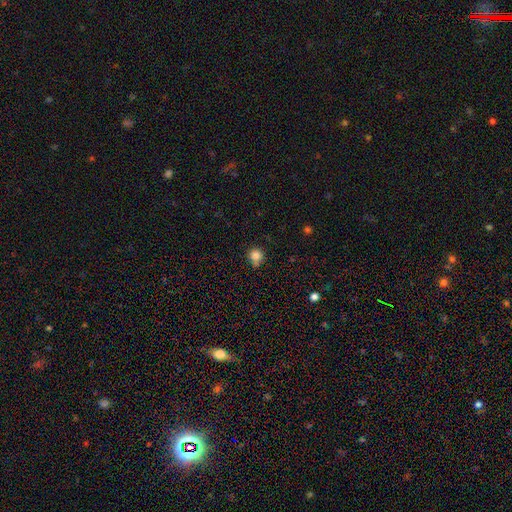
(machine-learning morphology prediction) Overall: smooth (82%). How rounded: round (89%). Merging: none (62%).